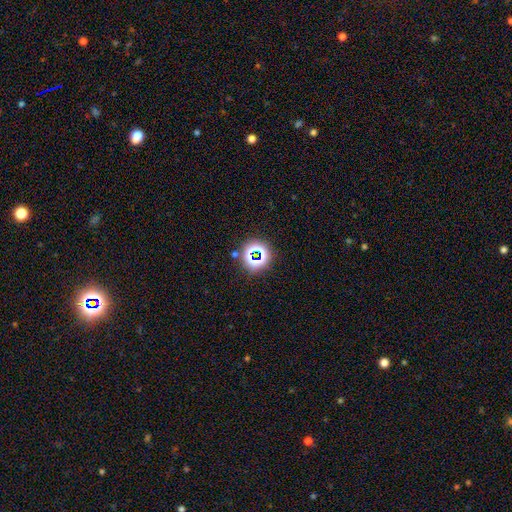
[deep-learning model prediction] star or artifact 64%, smooth 26%, featured or disk 10%.